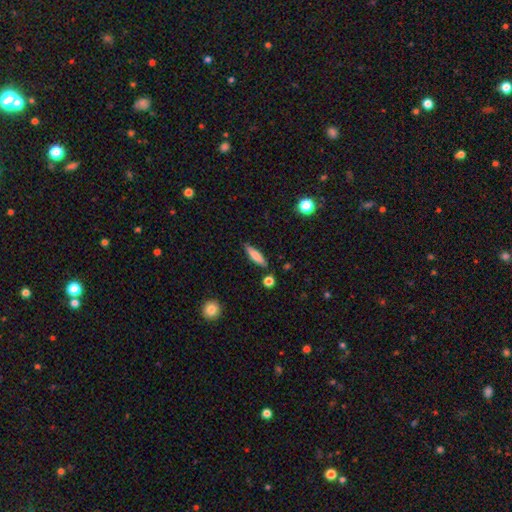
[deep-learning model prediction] Smooth or featured? Predicted: smooth (p=0.76). How rounded? Predicted: cigar-shaped (p=0.68). Merging? Predicted: none (p=0.83).